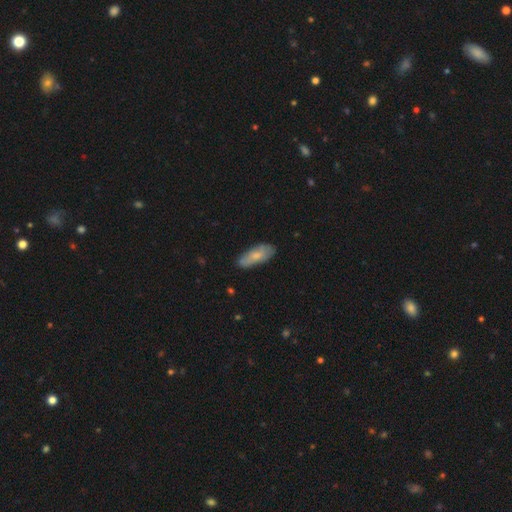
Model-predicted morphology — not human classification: A smooth galaxy with no disk features (69%) that is in between round and cigar-shaped (75%).

Vote fractions:
- Smooth or featured? smooth: 69% / featured or disk: 25% / star or artifact: 6%
- How rounded? in between: 75% / cigar-shaped: 23% / round: 2%
- Merging? none: 75% / minor disturbance: 20% / major disturbance: 4% / merger: 2%